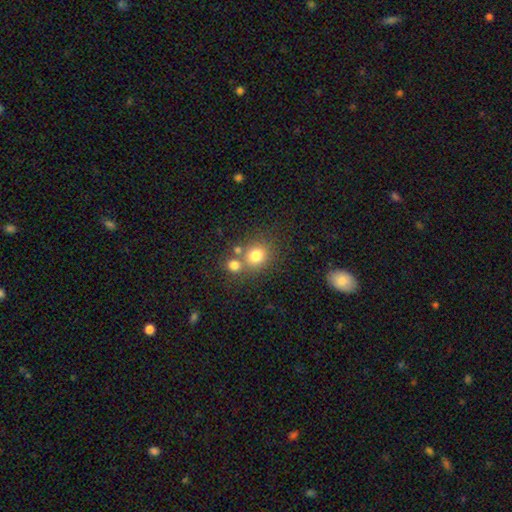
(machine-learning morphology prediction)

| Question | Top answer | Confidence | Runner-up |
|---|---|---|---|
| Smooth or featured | smooth | 78% | star or artifact (13%) |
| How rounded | round | 77% | in between (22%) |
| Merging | none | 59% | merger (28%) |